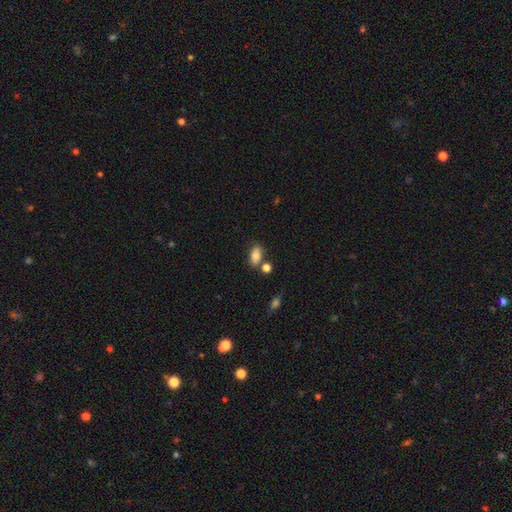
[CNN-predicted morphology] A smooth galaxy with no disk features (80%) that is in between round and cigar-shaped (88%). Merging: none (65%).